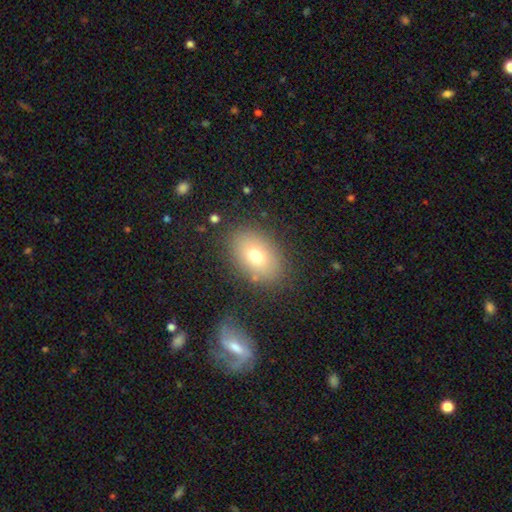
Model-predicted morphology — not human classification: The model was most divided on "smooth or featured": smooth: 72%, featured or disk: 18%, star or artifact: 10%. More confident: how rounded — in between (82%); merging — none (81%).